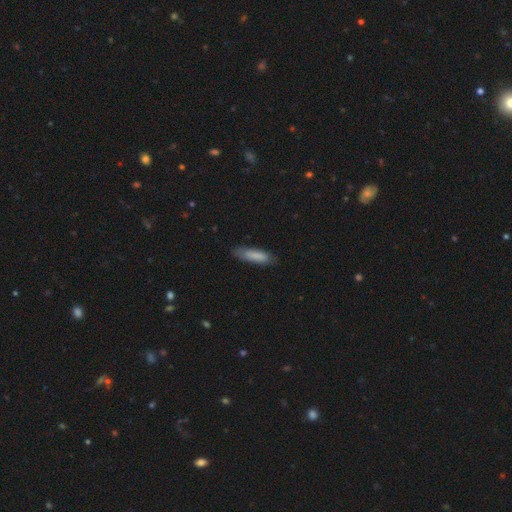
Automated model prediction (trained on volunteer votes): Smooth or featured? Predicted: smooth (p=0.81). How rounded? Predicted: cigar-shaped (p=0.64). Merging? Predicted: none (p=0.75).